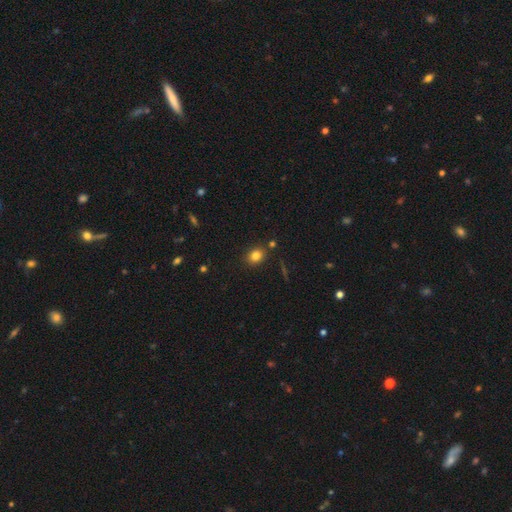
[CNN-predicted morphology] Smooth or featured? smooth (81%)
How rounded? round (54%)
Merging? none (83%)